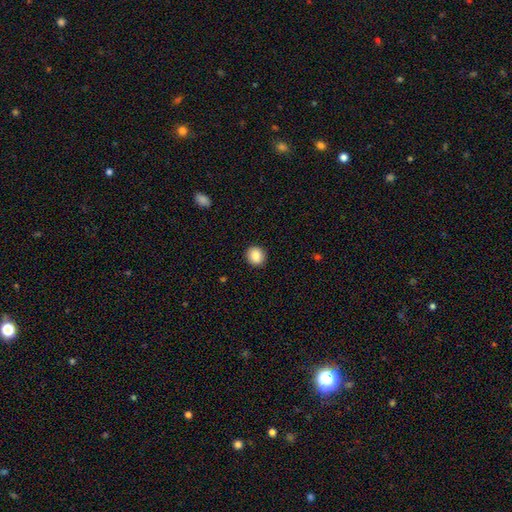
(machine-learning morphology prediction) Smooth or featured? Predicted: smooth (p=0.88). How rounded? Predicted: round (p=0.86). Merging? Predicted: none (p=0.91).